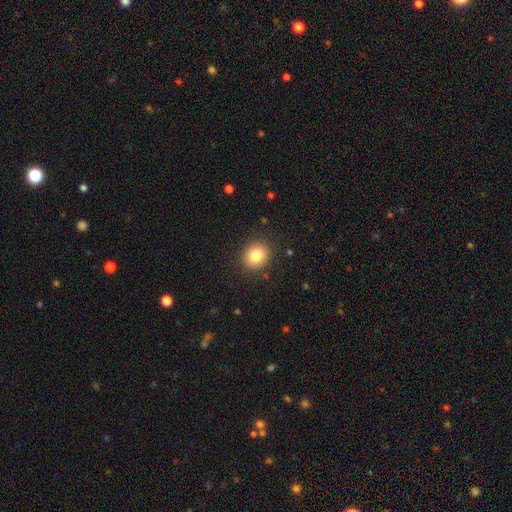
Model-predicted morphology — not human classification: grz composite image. It shows a smooth galaxy with no disk features (82%) that is round (76%). Merging: none (89%).